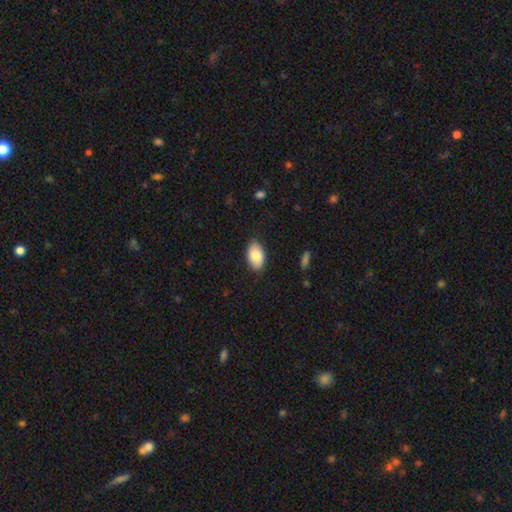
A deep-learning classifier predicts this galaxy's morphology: Smooth or featured?
  - smooth: 84% *
  - featured or disk: 10%
  - star or artifact: 6%
How rounded?
  - in between: 94% *
  - round: 5%
  - cigar-shaped: 1%
Merging?
  - none: 84% *
  - minor disturbance: 13%
  - major disturbance: 2%
  - merger: 1%